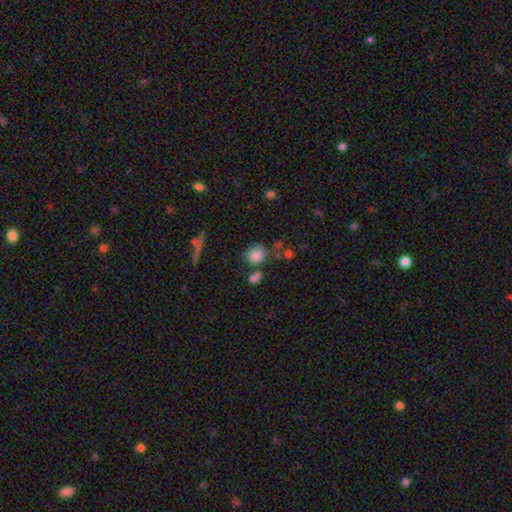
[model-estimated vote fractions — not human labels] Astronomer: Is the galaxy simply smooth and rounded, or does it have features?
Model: smooth — 82%.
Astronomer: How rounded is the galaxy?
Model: round — 71%.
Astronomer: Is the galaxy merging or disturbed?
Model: none — 62%.